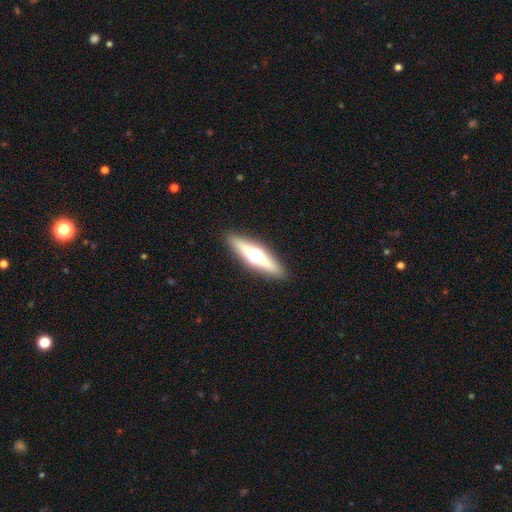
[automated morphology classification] Smooth or featured: featured or disk — 60% (smooth — 33%)
Edge-on disk: yes — 93% (no — 7%)
Edge-on bulge: rounded — 94% (boxy — 4%)
Merging: none — 90% (minor disturbance — 7%)